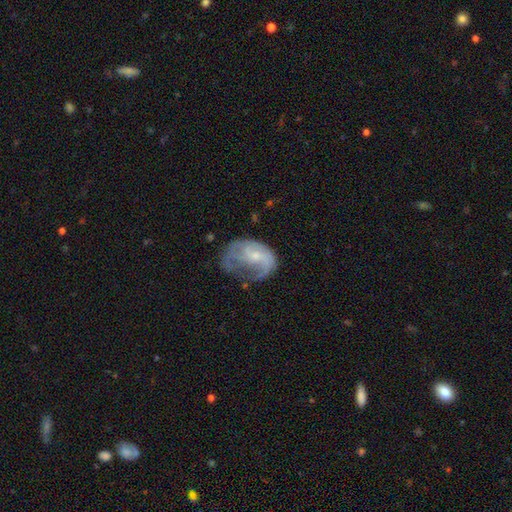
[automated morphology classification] Smooth or featured? Predicted: featured or disk (p=0.67). Edge-on disk? Predicted: no (p=0.97). Bar? Predicted: no (p=0.58). Spiral arms? Predicted: yes (p=0.74). Bulge size? Predicted: small (p=0.63). Merging? Predicted: major disturbance (p=0.42).